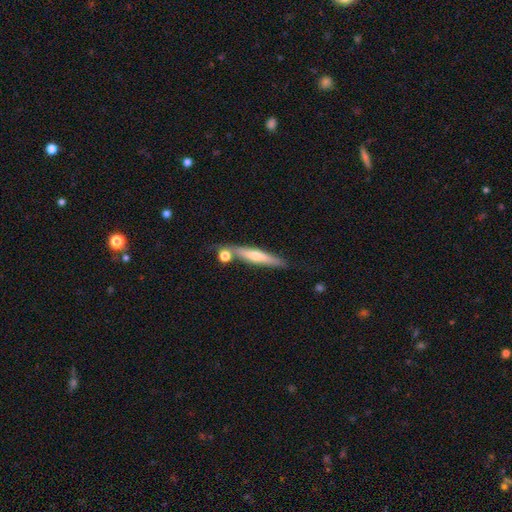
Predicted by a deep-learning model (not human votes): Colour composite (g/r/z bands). It shows a featured or disk galaxy (49%). Merging: none (70%).